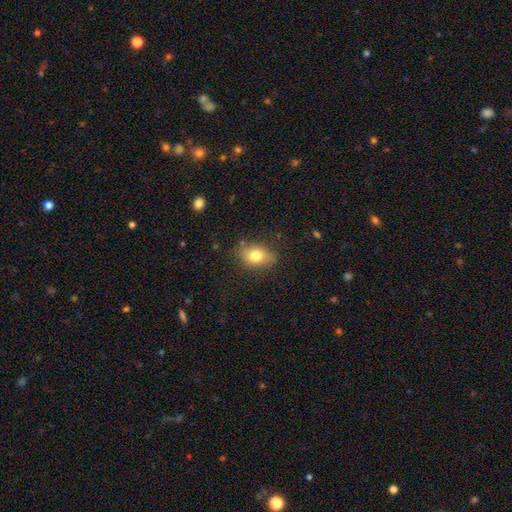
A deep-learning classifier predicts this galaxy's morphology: Smooth or featured?
  - smooth: 77% *
  - featured or disk: 14%
  - star or artifact: 9%
How rounded?
  - in between: 79% *
  - round: 19%
  - cigar-shaped: 2%
Merging?
  - none: 78% *
  - minor disturbance: 16%
  - major disturbance: 4%
  - merger: 2%